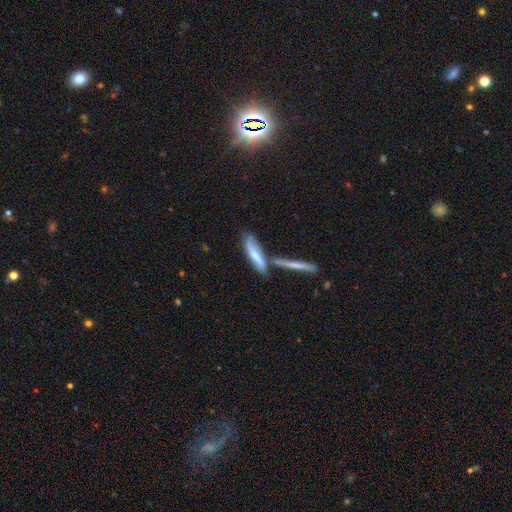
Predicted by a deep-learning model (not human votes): smooth_or_featured: featured or disk (p=0.47) [alt: smooth p=0.46]
merging: none (p=0.43) [alt: merger p=0.35]